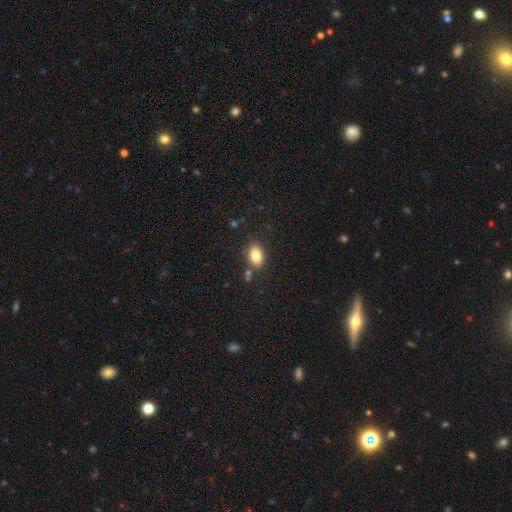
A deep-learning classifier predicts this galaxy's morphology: type=smooth (84%); roundness=in between (81%); merging=none (78%).